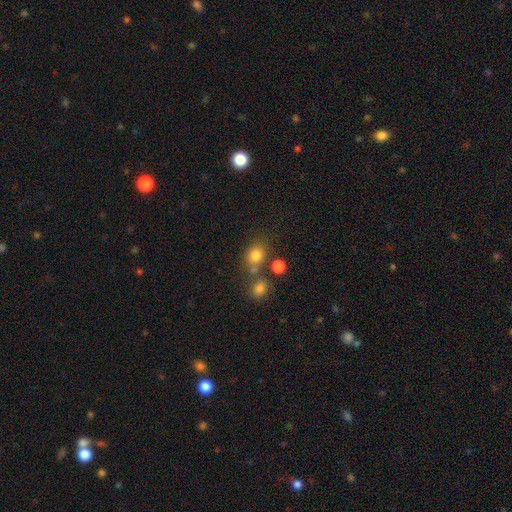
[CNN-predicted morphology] This appears to be a smooth galaxy with no disk features (78%) that is round (64%). Merging: none (61%).